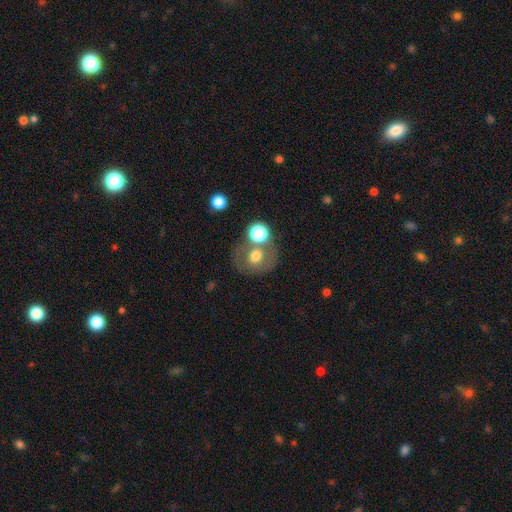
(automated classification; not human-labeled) smooth-or-featured: smooth: 59% | featured or disk: 29% | star or artifact: 12%
  how-rounded: round: 67% | in between: 32% | cigar-shaped: 1%
  merging: none: 53% | merger: 28% | minor disturbance: 12% | major disturbance: 7%